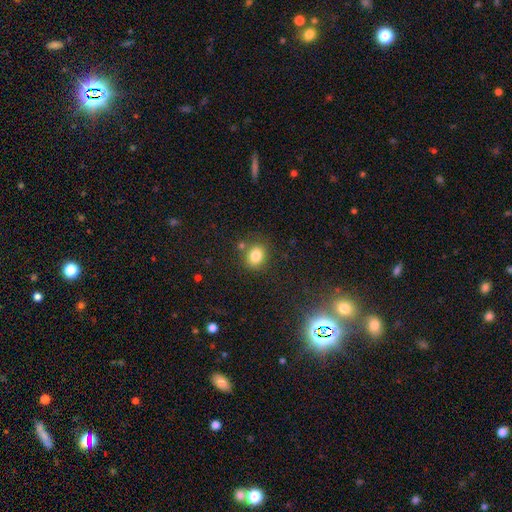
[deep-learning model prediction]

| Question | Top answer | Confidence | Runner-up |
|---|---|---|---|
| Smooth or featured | smooth | 82% | star or artifact (11%) |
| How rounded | round | 56% | in between (43%) |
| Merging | none | 76% | minor disturbance (12%) |